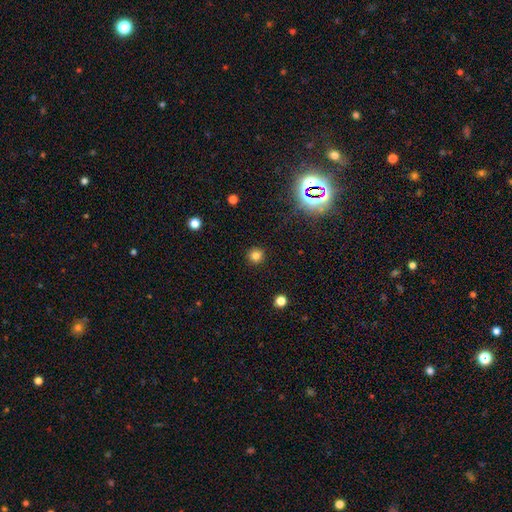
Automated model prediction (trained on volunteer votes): Smooth or featured: smooth — 78% (star or artifact — 16%)
How rounded: round — 93% (in between — 6%)
Merging: none — 91% (minor disturbance — 6%)